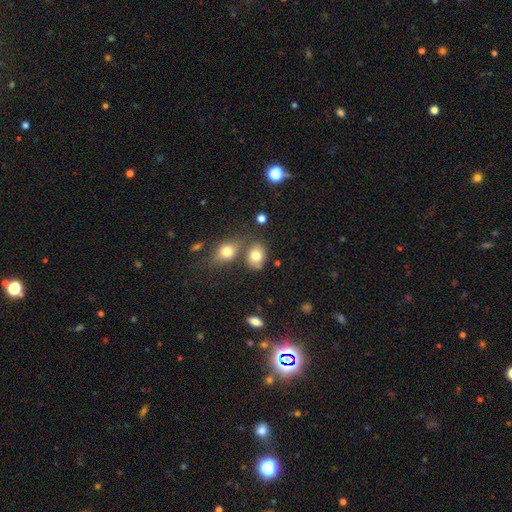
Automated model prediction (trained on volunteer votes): This appears to be a smooth galaxy with no disk features (78%) that is in between round and cigar-shaped (67%). Merging: none (57%).